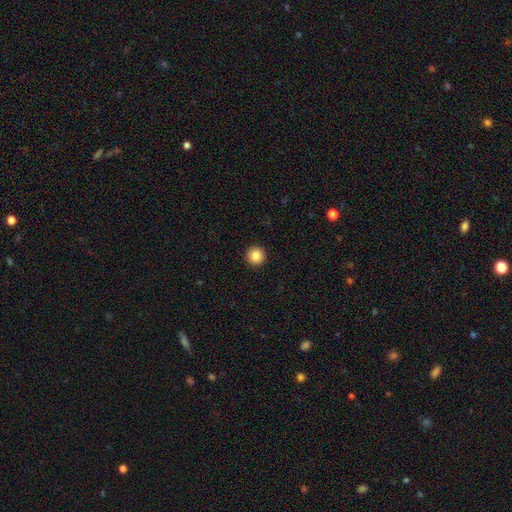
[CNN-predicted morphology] Q: Smooth or featured?
A: smooth (85%); runner-up: star or artifact (10%)
Q: How rounded?
A: round (96%); runner-up: in between (3%)
Q: Merging?
A: none (94%); runner-up: minor disturbance (4%)